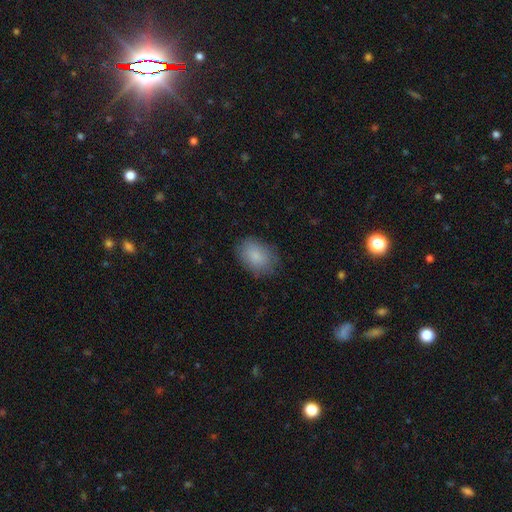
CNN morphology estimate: smooth-or-featured: smooth: 86% | star or artifact: 7% | featured or disk: 7%
  how-rounded: in between: 79% | round: 19% | cigar-shaped: 1%
  merging: none: 81% | minor disturbance: 14% | major disturbance: 4% | merger: 1%